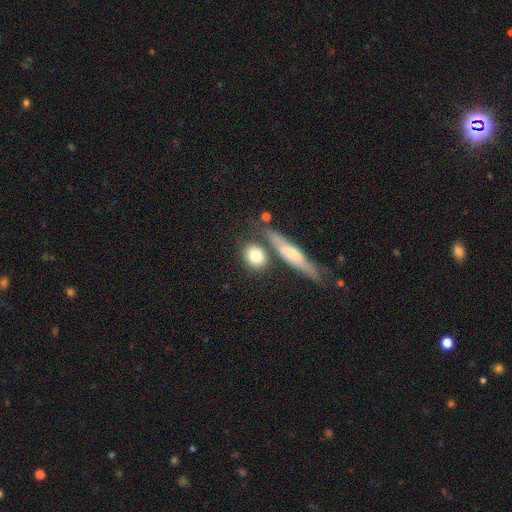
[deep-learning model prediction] smooth-or-featured: smooth: 77% | featured or disk: 15% | star or artifact: 7%
  how-rounded: round: 65% | in between: 27% | cigar-shaped: 8%
  merging: none: 68% | merger: 16% | minor disturbance: 12% | major disturbance: 4%